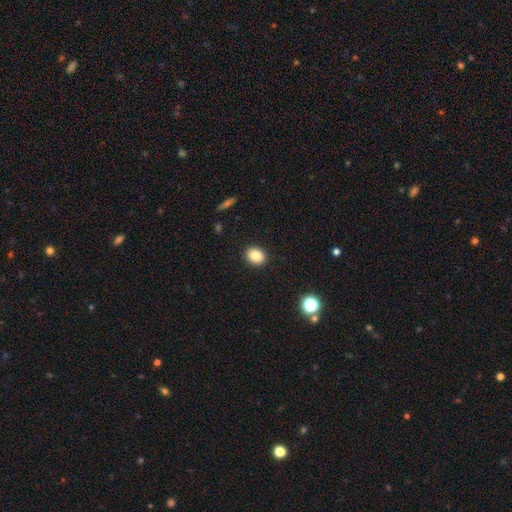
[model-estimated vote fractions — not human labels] Smooth or featured?
  - smooth: 84% *
  - star or artifact: 10%
  - featured or disk: 6%
How rounded?
  - round: 52% *
  - in between: 47%
  - cigar-shaped: 1%
Merging?
  - none: 91% *
  - minor disturbance: 6%
  - major disturbance: 2%
  - merger: 1%